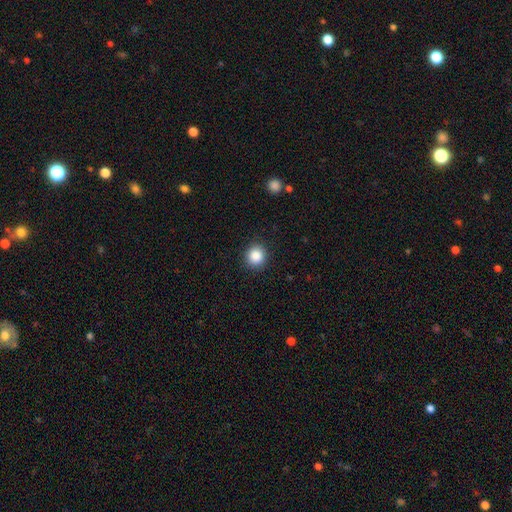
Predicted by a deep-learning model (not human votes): smooth_or_featured: smooth (p=0.87) [alt: star or artifact p=0.09]
how_rounded: round (p=0.89) [alt: in between p=0.10]
merging: none (p=0.90) [alt: minor disturbance p=0.07]